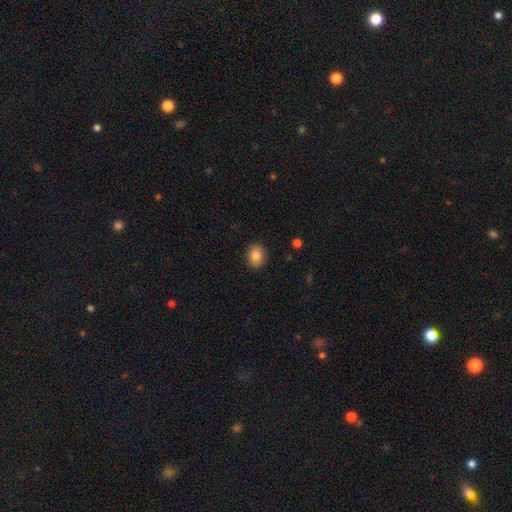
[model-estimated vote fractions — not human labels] The model was most divided on "how rounded": round: 51%, in between: 48%, cigar-shaped: 1%. More confident: merging — none (90%); smooth or featured — smooth (85%).